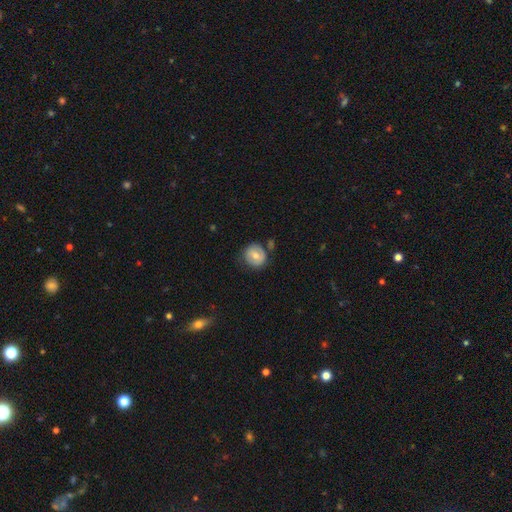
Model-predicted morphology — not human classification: Q: Smooth or featured?
A: smooth (64%); runner-up: featured or disk (28%)
Q: How rounded?
A: round (87%); runner-up: in between (12%)
Q: Merging?
A: none (72%); runner-up: minor disturbance (17%)